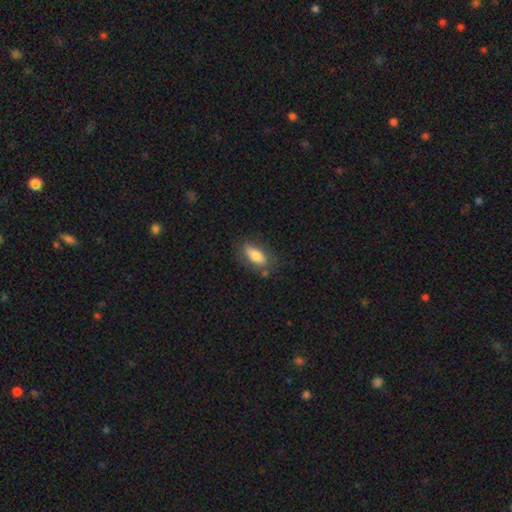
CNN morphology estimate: Smooth or featured? smooth (76%)
How rounded? in between (76%)
Merging? none (70%)